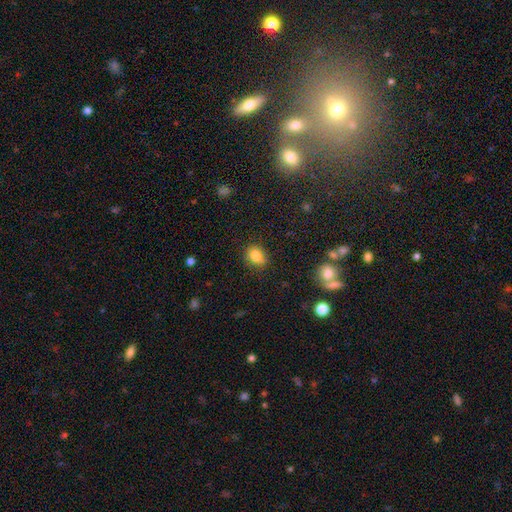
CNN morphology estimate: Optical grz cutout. It shows a smooth galaxy with no disk features (80%) that is round (64%). Merging: none (72%).